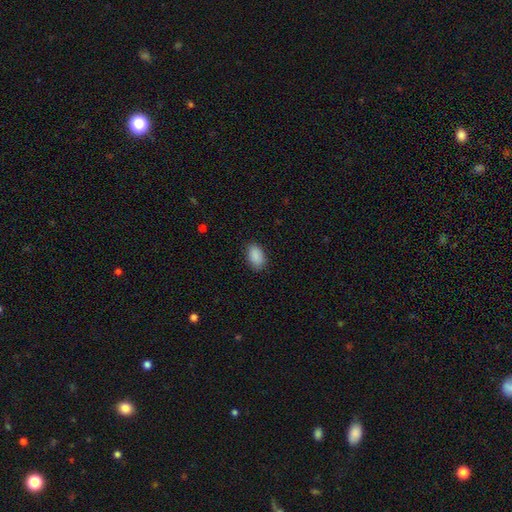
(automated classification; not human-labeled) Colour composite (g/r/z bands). It shows a smooth galaxy with no disk features (90%) that is in between round and cigar-shaped (91%). Merging: none (85%).